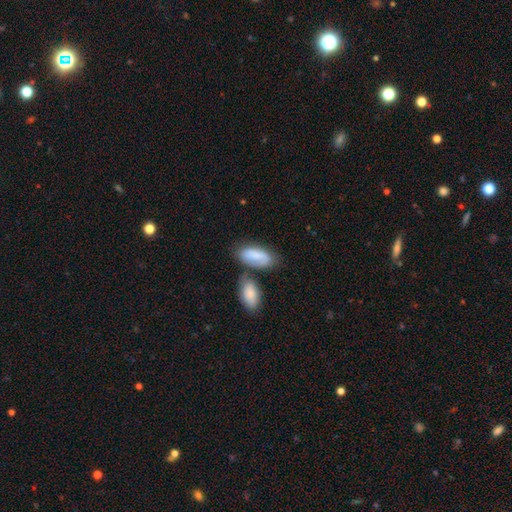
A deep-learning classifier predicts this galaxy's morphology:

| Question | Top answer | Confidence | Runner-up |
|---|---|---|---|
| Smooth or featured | smooth | 77% | featured or disk (17%) |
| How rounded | in between | 90% | cigar-shaped (7%) |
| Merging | none | 49% | merger (25%) |